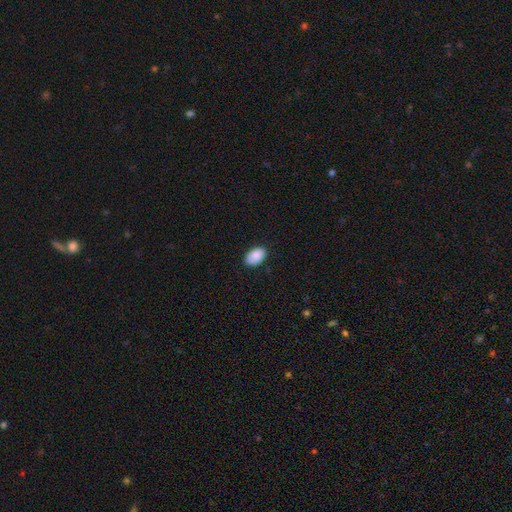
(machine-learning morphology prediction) Q: Smooth or featured?
A: smooth (89%); runner-up: star or artifact (7%)
Q: How rounded?
A: in between (91%); runner-up: round (8%)
Q: Merging?
A: none (84%); runner-up: minor disturbance (12%)